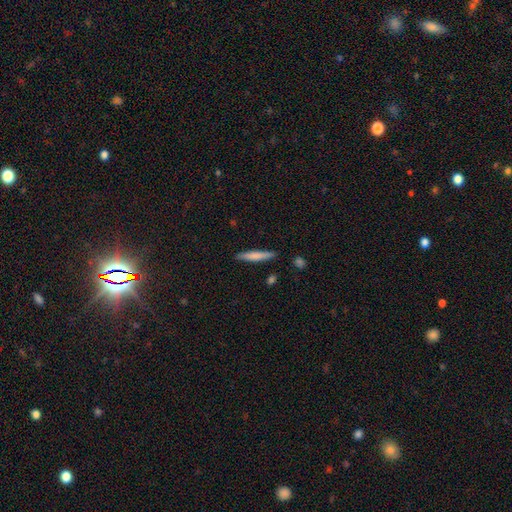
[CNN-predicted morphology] The model was most divided on "smooth or featured": smooth: 70%, featured or disk: 24%, star or artifact: 5%. More confident: how rounded — cigar-shaped (93%); merging — none (88%).